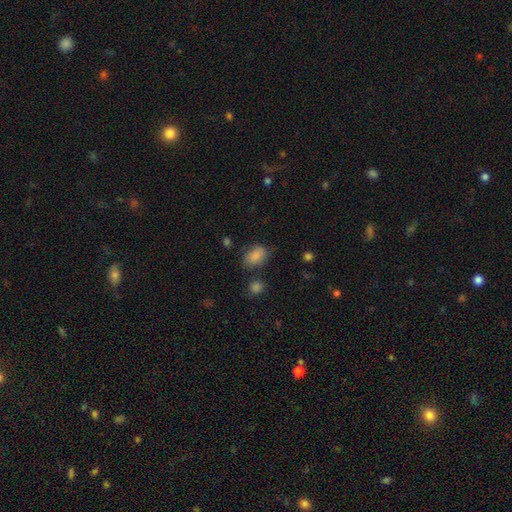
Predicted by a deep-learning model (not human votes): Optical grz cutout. It shows a smooth galaxy with no disk features (84%) that is in between round and cigar-shaped (81%). Merging: none (63%).